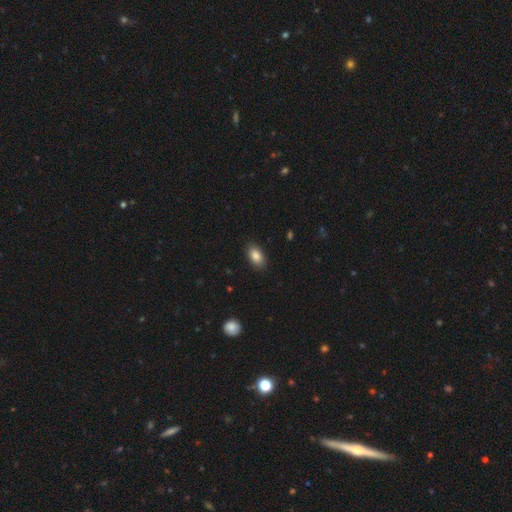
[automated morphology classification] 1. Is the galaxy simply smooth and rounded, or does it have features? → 86% smooth, 8% star or artifact, 6% featured or disk.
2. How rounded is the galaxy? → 91% in between, 7% round, 2% cigar-shaped.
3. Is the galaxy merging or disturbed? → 88% none, 9% minor disturbance, 2% major disturbance, 1% merger.